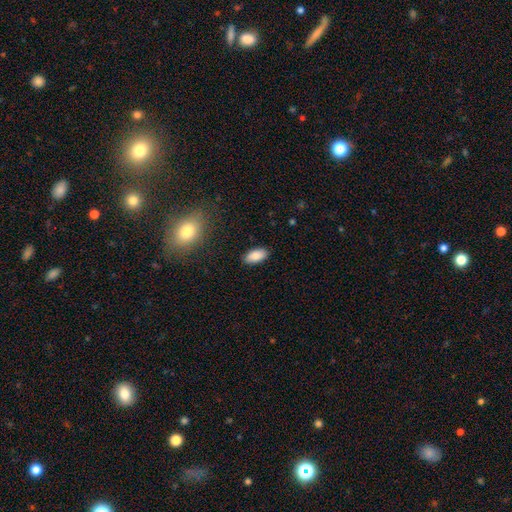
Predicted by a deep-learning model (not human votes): smooth-or-featured: smooth: 87% | star or artifact: 7% | featured or disk: 6%
  how-rounded: in between: 92% | cigar-shaped: 5% | round: 2%
  merging: none: 88% | minor disturbance: 9% | major disturbance: 2% | merger: 1%